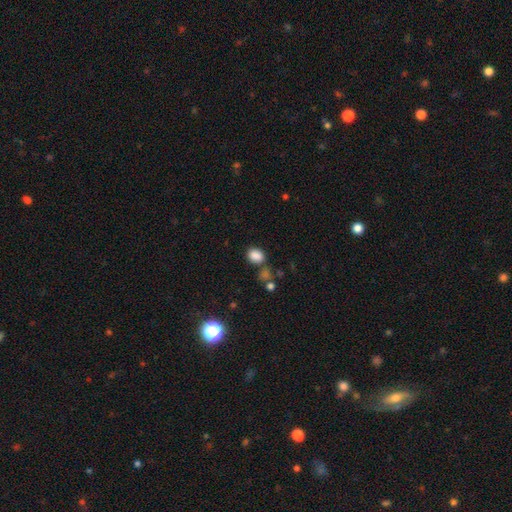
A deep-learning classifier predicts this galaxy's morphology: A smooth galaxy with no disk features (84%) that is in between round and cigar-shaped (59%). Merging: none (68%).